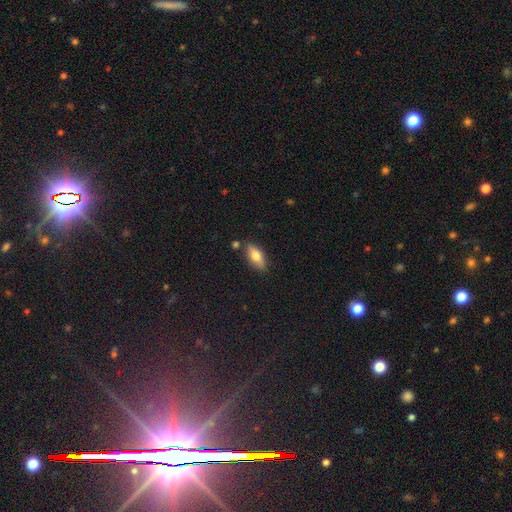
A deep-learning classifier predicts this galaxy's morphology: This is likely a smooth galaxy (68%). How rounded: likely in between (75%). Merging: clearly none (80%).